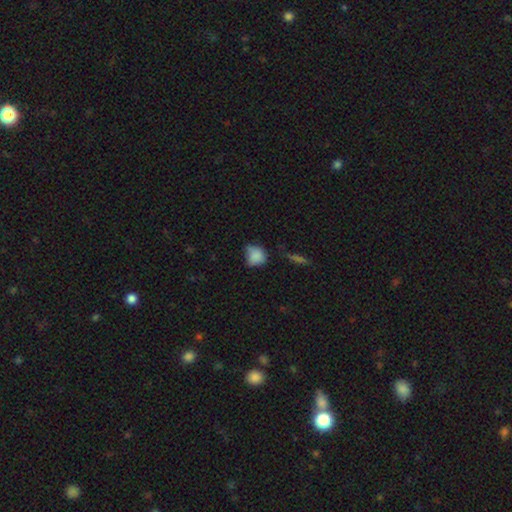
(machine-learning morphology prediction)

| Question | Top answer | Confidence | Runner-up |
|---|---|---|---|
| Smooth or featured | smooth | 80% | featured or disk (10%) |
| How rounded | round | 67% | in between (31%) |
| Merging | none | 45% | minor disturbance (39%) |